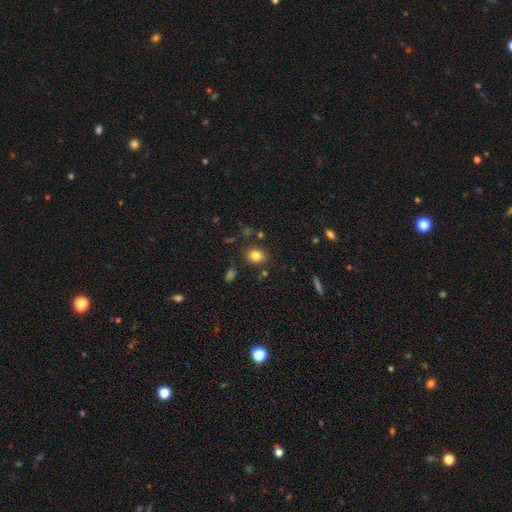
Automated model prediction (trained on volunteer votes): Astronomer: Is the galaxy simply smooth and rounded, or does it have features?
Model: smooth — 81%.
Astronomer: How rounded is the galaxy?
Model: round — 52% (runner-up: in between, 47%).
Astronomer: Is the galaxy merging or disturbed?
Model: none — 81%.